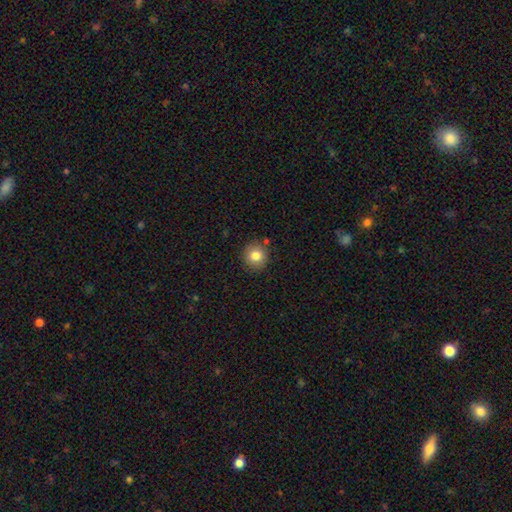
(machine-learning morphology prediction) Smooth or featured? smooth (82%)
How rounded? round (86%)
Merging? none (85%)